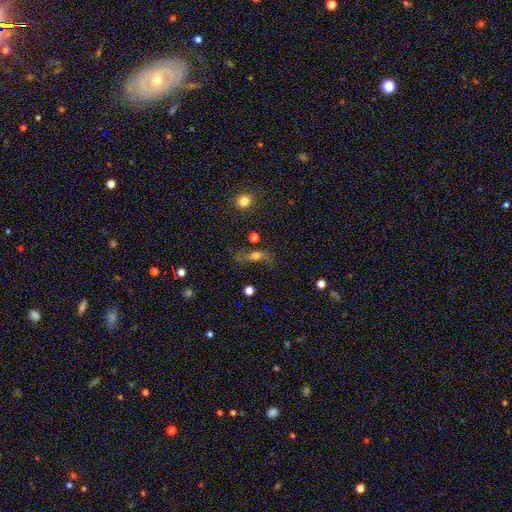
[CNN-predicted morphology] smooth-or-featured: smooth: 57% | featured or disk: 24% | star or artifact: 19%
  how-rounded: in between: 53% | cigar-shaped: 32% | round: 15%
  merging: none: 56% | minor disturbance: 21% | major disturbance: 17% | merger: 5%